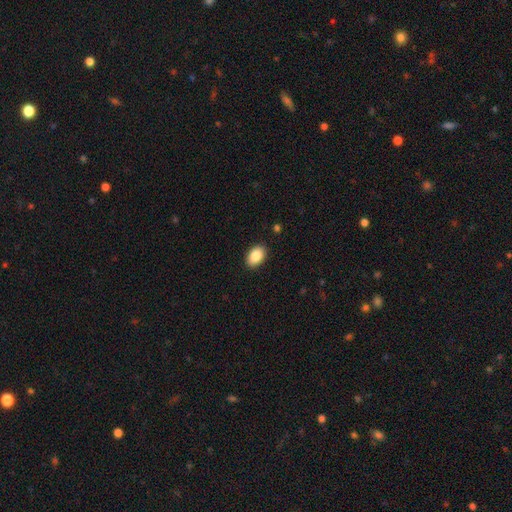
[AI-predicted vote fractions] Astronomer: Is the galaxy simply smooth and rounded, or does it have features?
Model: smooth — 88%.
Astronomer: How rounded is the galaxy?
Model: in between — 88%.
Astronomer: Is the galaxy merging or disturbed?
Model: none — 89%.